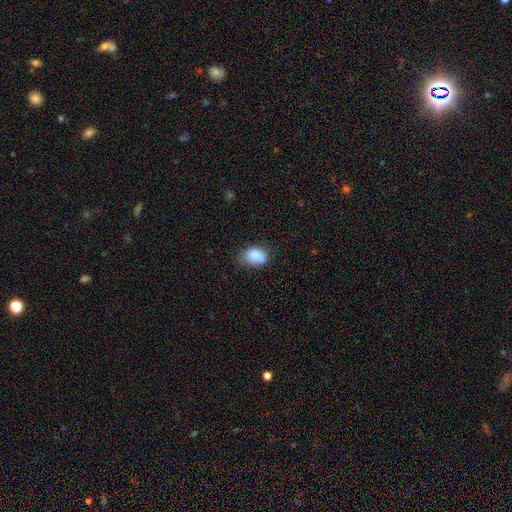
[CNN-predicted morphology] Overall: smooth (86%). How rounded: in between (75%). Merging: none (59%; minor disturbance 32%).